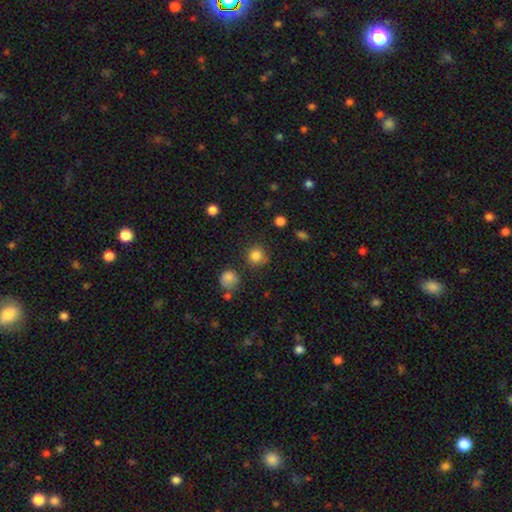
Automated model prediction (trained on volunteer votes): A smooth galaxy with no disk features (84%) that is round (91%).

Vote fractions:
- Smooth or featured? smooth: 84% / star or artifact: 12% / featured or disk: 5%
- How rounded? round: 91% / in between: 8% / cigar-shaped: 1%
- Merging? none: 81% / minor disturbance: 12% / major disturbance: 4% / merger: 4%